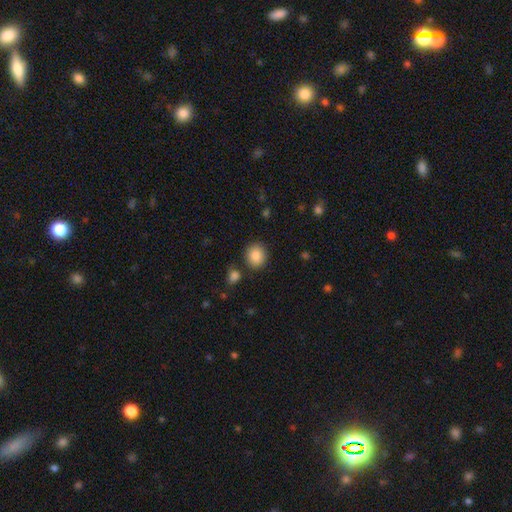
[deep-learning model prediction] smooth_or_featured: smooth (p=0.87) [alt: star or artifact p=0.08]
how_rounded: round (p=0.71) [alt: in between p=0.29]
merging: none (p=0.83) [alt: minor disturbance p=0.10]